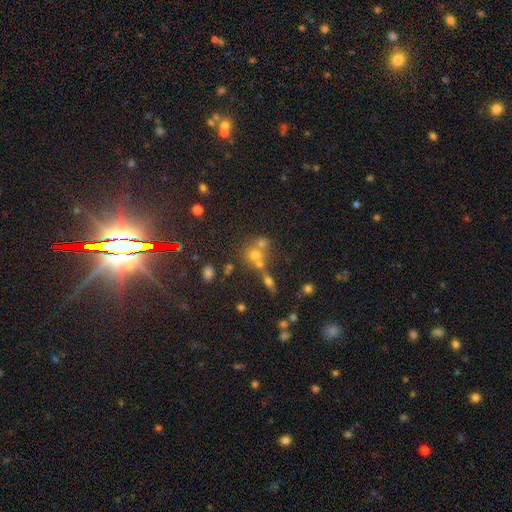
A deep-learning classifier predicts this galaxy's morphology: smooth_or_featured: smooth (p=0.46) [alt: star or artifact p=0.33]
merging: merger (p=0.44) [alt: none p=0.43]